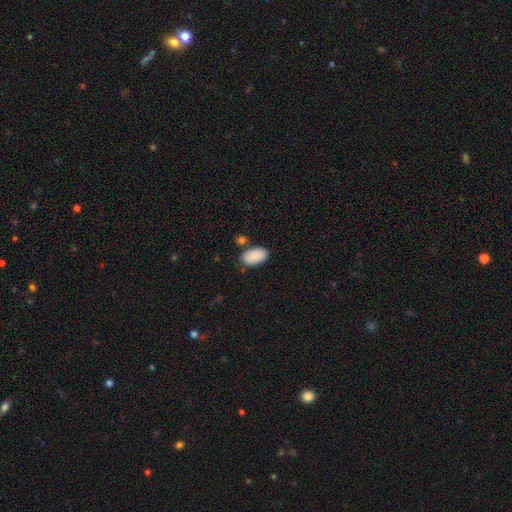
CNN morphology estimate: type=smooth (90%); roundness=in between (95%); merging=none (75%).